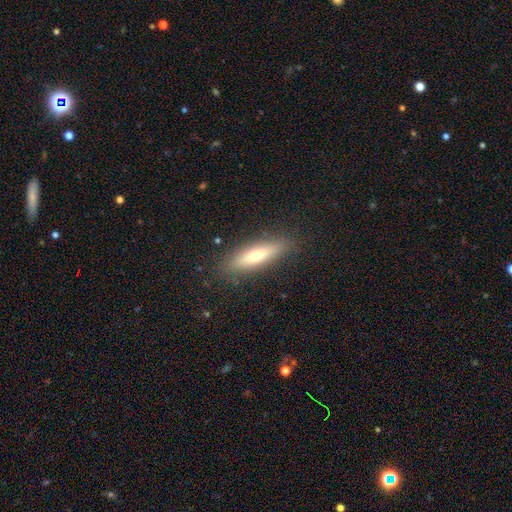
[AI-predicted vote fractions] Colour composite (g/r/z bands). It shows a smooth galaxy with no disk features (58%) that is cigar-shaped (66%). Merging: none (88%).